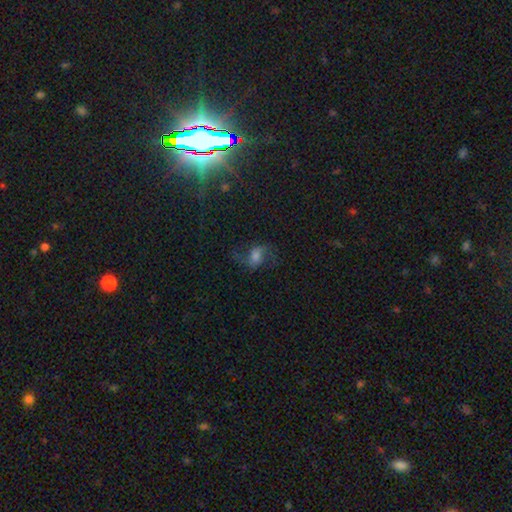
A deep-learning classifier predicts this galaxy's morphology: A featured or disk galaxy (53%) with no bar (44%), spiral arms (88%) and a moderate central bulge (38%). Merging: none (60%).